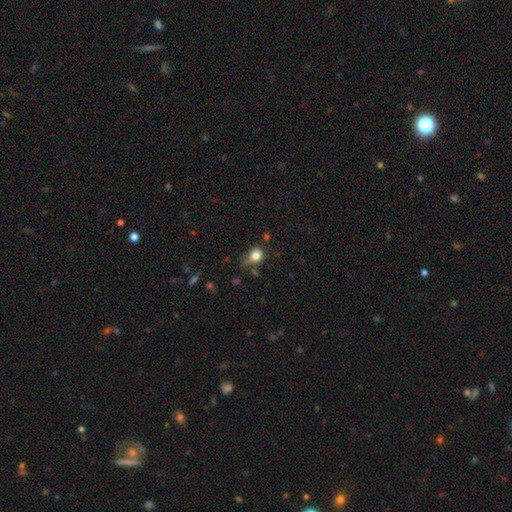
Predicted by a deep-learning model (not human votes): Morphology: type=smooth (81%); roundness=round (53%); merging=none (49%).